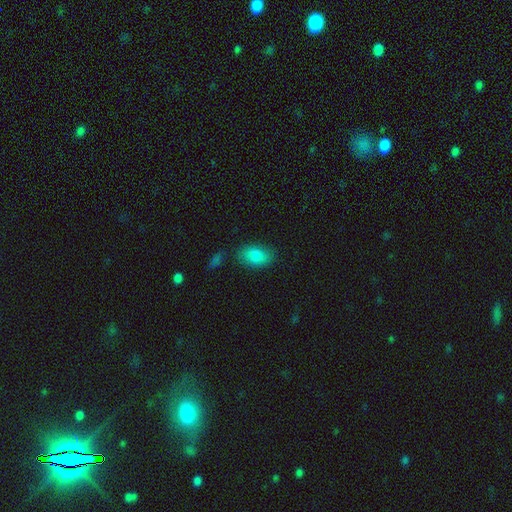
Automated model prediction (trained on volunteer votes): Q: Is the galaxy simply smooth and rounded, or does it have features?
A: smooth — 83%.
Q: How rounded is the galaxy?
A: in between — 90%.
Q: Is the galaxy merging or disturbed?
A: none — 79%.